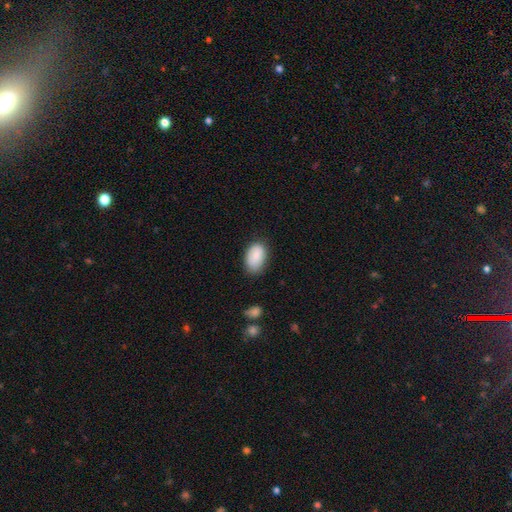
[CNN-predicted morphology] This appears to be a smooth galaxy with no disk features (86%) that is in between round and cigar-shaped (92%). Merging: none (71%).